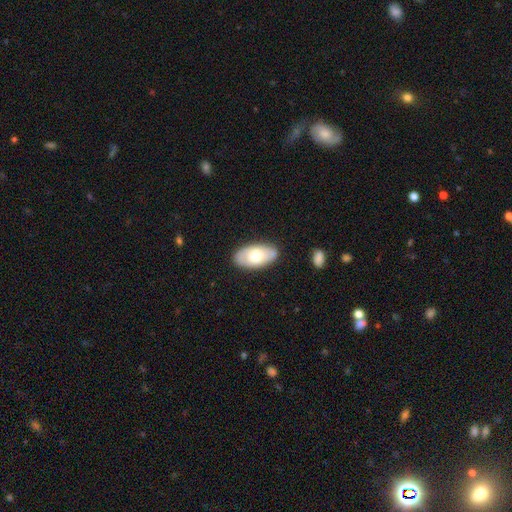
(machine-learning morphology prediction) The model was most divided on "smooth or featured": smooth: 58%, featured or disk: 36%, star or artifact: 6%. More confident: how rounded — in between (94%); merging — none (80%).